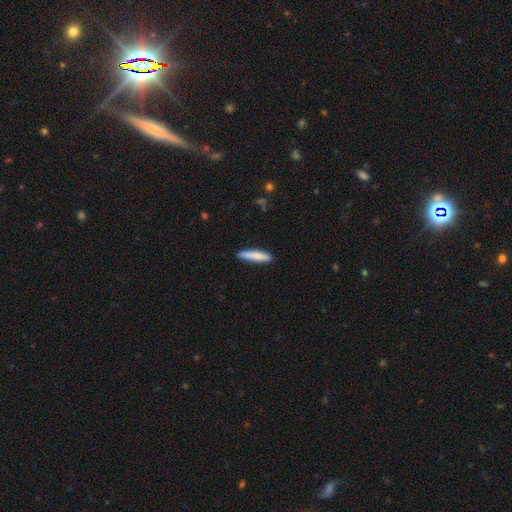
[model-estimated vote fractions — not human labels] smooth-or-featured: smooth: 80% | featured or disk: 14% | star or artifact: 6%
  how-rounded: cigar-shaped: 87% | in between: 11% | round: 1%
  merging: none: 86% | minor disturbance: 11% | major disturbance: 2% | merger: 1%